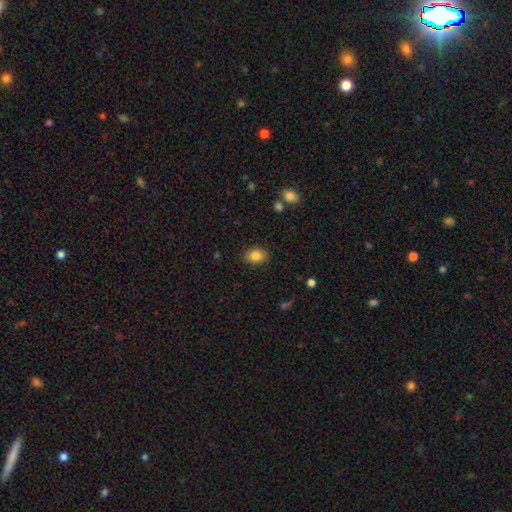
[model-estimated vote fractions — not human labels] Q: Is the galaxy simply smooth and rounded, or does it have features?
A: smooth — 84%.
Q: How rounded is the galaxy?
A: in between — 67%.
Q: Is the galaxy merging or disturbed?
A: none — 88%.